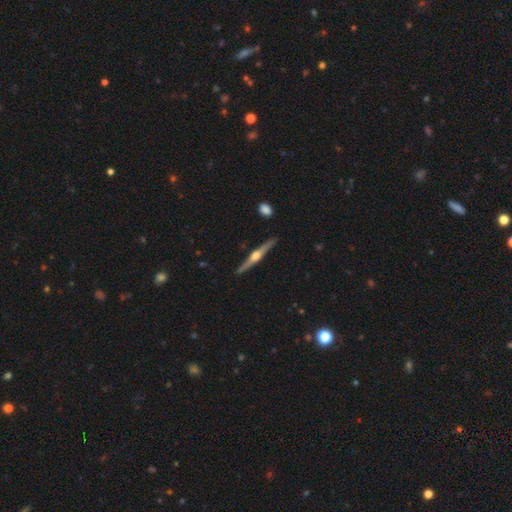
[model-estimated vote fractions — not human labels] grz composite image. It shows a featured or disk galaxy (80%) viewed edge-on (98%) with a rounded central bulge (94%). Merging: none (90%).